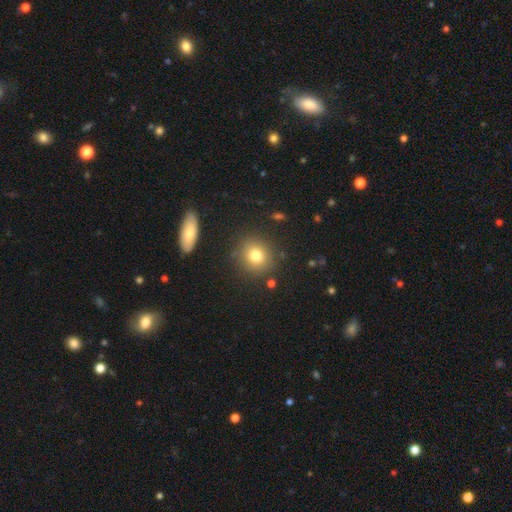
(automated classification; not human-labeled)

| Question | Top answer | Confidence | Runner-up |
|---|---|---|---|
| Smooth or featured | smooth | 78% | star or artifact (12%) |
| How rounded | round | 84% | in between (14%) |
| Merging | none | 86% | minor disturbance (8%) |